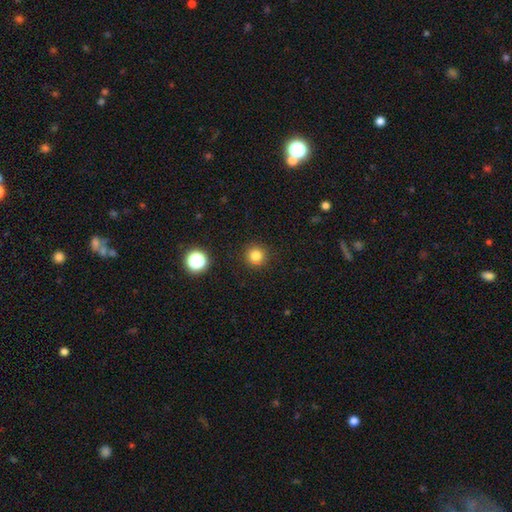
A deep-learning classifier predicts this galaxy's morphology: smooth 81%, star or artifact 14%, featured or disk 5%. Down the decision tree: how rounded — round (95%); merging — none (91%).